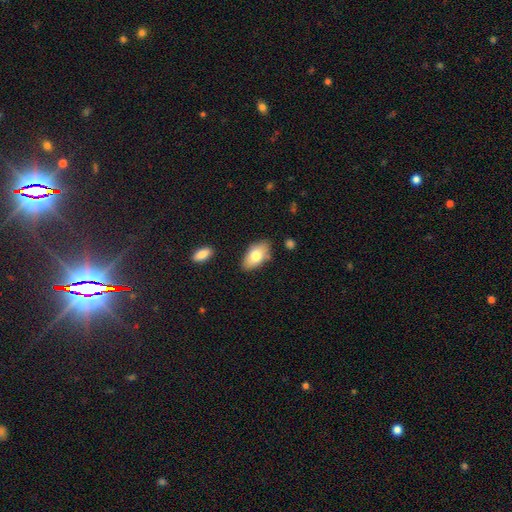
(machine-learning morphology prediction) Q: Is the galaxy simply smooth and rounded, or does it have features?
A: smooth — 77%.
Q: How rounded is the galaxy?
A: in between — 93%.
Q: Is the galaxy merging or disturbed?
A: none — 79%.